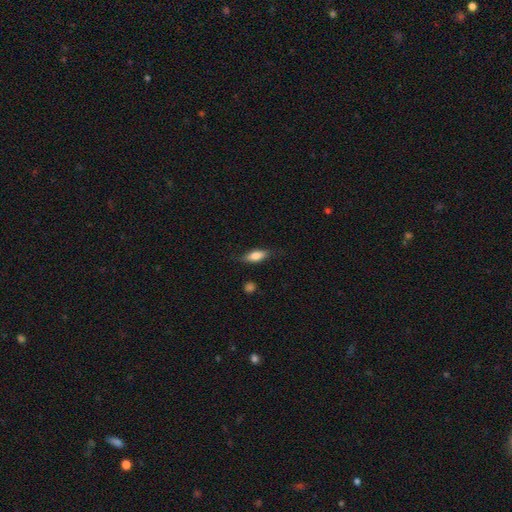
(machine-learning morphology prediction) A smooth galaxy with no disk features (73%) that is in between round and cigar-shaped (73%). Merging: none (75%).